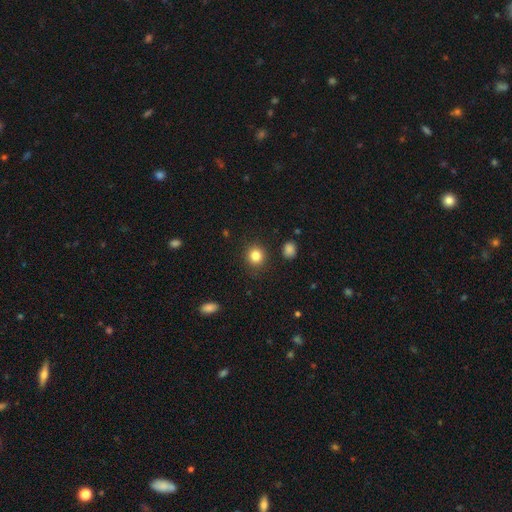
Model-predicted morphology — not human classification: Overall: smooth (84%). How rounded: round (88%). Merging: none (90%).